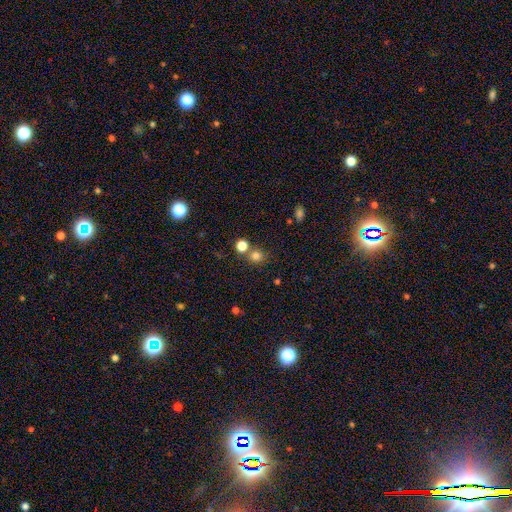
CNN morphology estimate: smooth_or_featured: smooth (p=0.78) [alt: star or artifact p=0.16]
how_rounded: round (p=0.84) [alt: in between p=0.15]
merging: none (p=0.68) [alt: merger p=0.20]